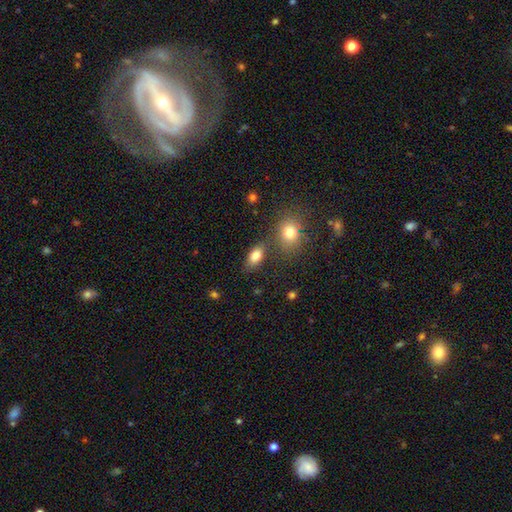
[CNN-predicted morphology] Overall: smooth (82%). How rounded: in between (88%). Merging: none (70%).